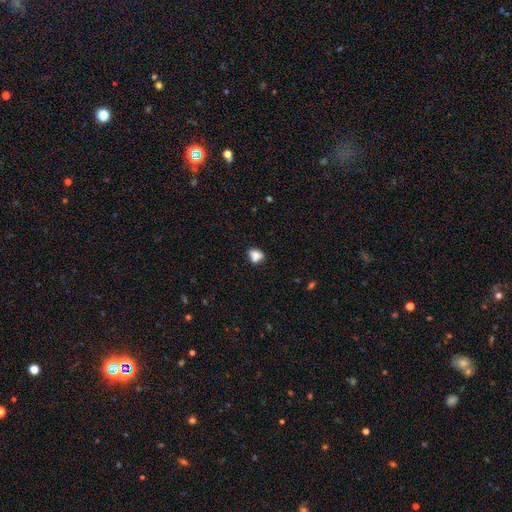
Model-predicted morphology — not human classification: This appears to be a smooth galaxy with no disk features (78%) that is in between round and cigar-shaped (52%). Merging: none (50%).